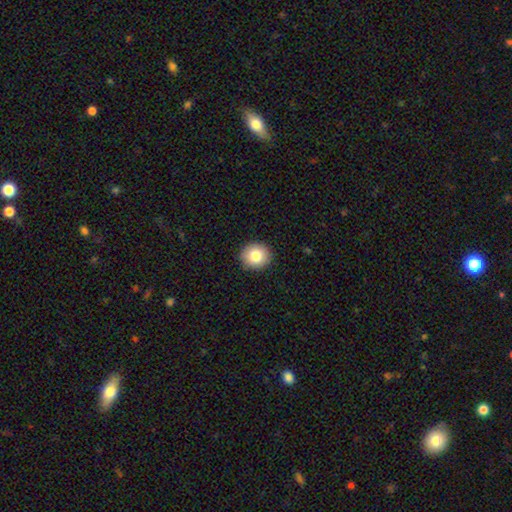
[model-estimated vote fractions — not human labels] Q: Smooth or featured?
A: smooth (82%); runner-up: featured or disk (9%)
Q: How rounded?
A: round (86%); runner-up: in between (13%)
Q: Merging?
A: none (92%); runner-up: minor disturbance (6%)